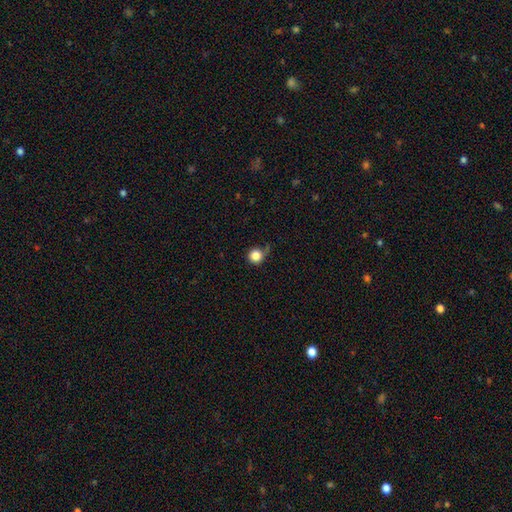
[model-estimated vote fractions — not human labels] Smooth or featured: smooth — 85% (star or artifact — 9%)
How rounded: round — 92% (in between — 7%)
Merging: none — 58% (minor disturbance — 26%)